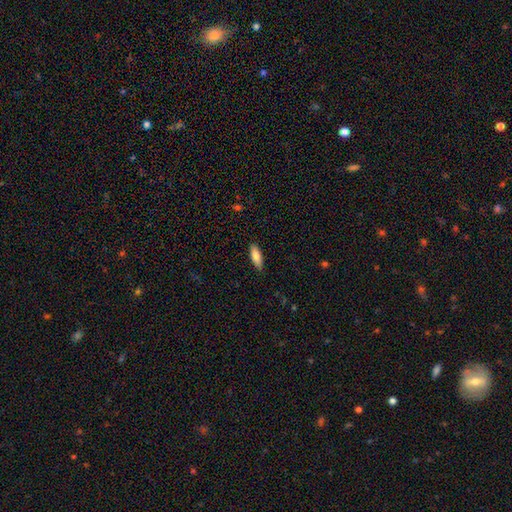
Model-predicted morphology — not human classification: A smooth galaxy with no disk features (82%) that is in between round and cigar-shaped (63%).

Vote fractions:
- Smooth or featured? smooth: 82% / featured or disk: 12% / star or artifact: 6%
- How rounded? in between: 63% / cigar-shaped: 35% / round: 2%
- Merging? none: 88% / minor disturbance: 10% / major disturbance: 2% / merger: 1%